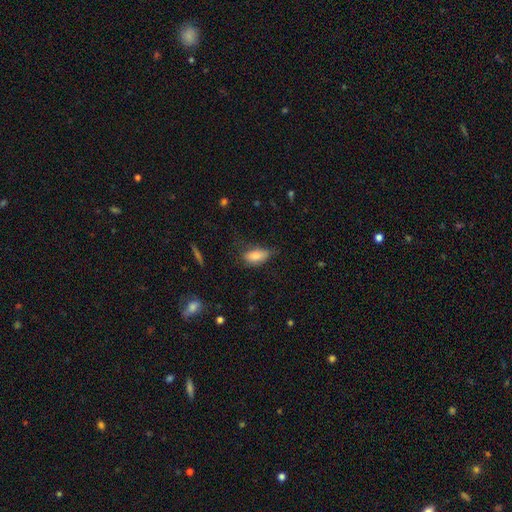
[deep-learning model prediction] The model was most divided on "merging": none: 52%, minor disturbance: 34%, major disturbance: 12%, merger: 2%. More confident: how rounded — in between (89%); smooth or featured — smooth (82%).